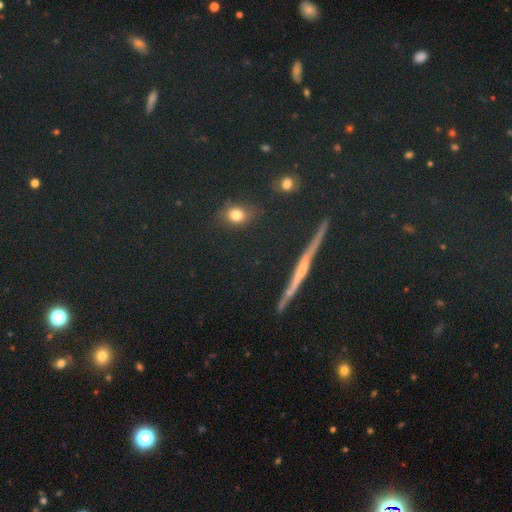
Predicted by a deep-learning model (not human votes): Smooth or featured? star or artifact (42%)